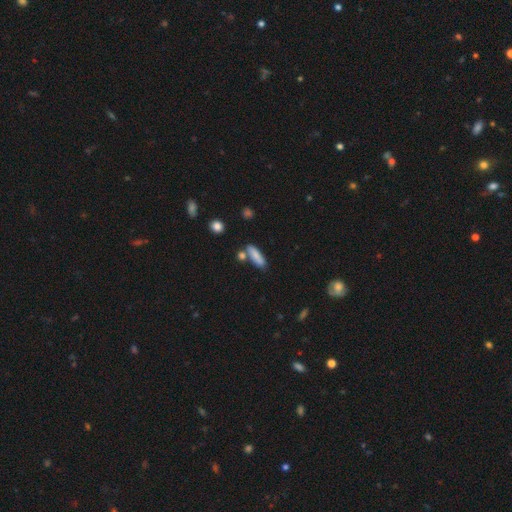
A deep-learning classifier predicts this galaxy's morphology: Smooth or featured? smooth (79%)
How rounded? cigar-shaped (51%)
Merging? none (67%)